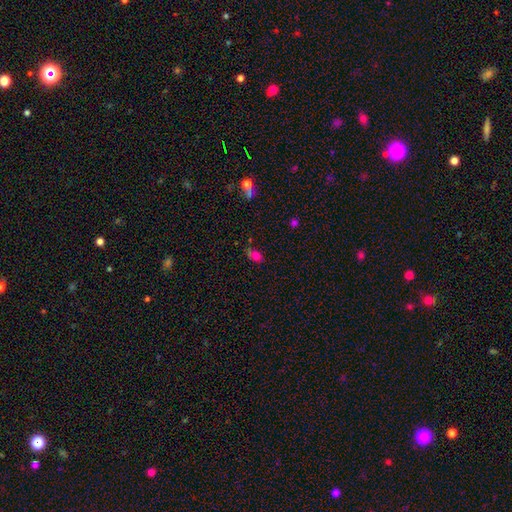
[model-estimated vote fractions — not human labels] Smooth or featured? Predicted: smooth (p=0.74). How rounded? Predicted: in between (p=0.79). Merging? Predicted: none (p=0.54).